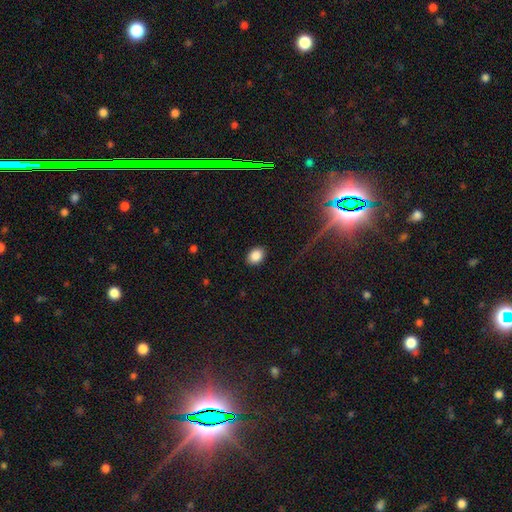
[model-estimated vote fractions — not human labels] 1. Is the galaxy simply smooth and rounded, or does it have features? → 87% smooth, 9% star or artifact, 4% featured or disk.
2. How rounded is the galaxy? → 71% in between, 28% round, 1% cigar-shaped.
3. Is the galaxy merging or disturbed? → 88% none, 8% minor disturbance, 2% major disturbance, 1% merger.